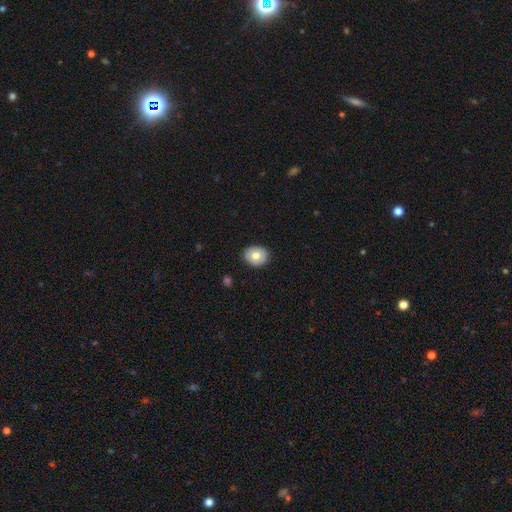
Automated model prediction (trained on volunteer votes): A smooth galaxy with no disk features (72%) that is round (60%).

Vote fractions:
- Smooth or featured? smooth: 72% / featured or disk: 20% / star or artifact: 7%
- How rounded? round: 60% / in between: 39% / cigar-shaped: 1%
- Merging? none: 88% / minor disturbance: 9% / major disturbance: 2% / merger: 1%